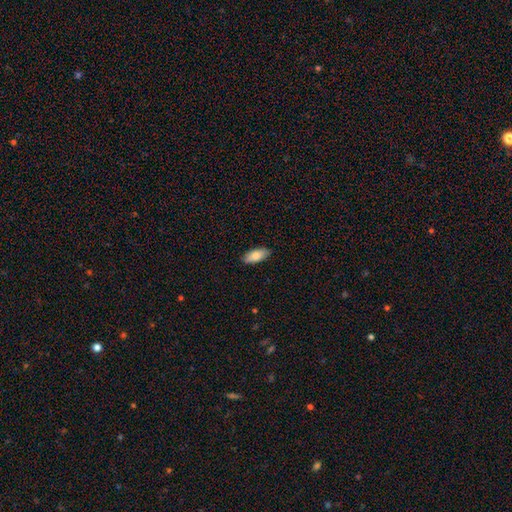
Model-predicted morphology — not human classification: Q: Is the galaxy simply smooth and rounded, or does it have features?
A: smooth — 81%.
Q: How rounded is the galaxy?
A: in between — 86%.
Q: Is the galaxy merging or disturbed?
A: none — 89%.